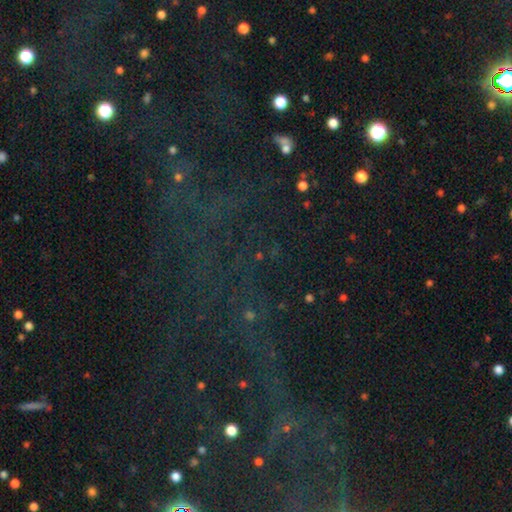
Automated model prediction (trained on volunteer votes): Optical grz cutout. It shows a star or artifact, not a galaxy (73%).